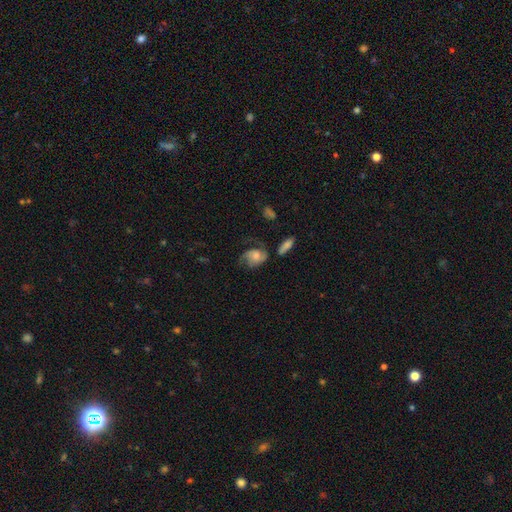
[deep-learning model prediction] smooth_or_featured: featured or disk (p=0.61) [alt: smooth p=0.31]
disk_edge_on: no (p=0.96) [alt: yes p=0.04]
bar: no (p=0.73) [alt: weak p=0.22]
has_spiral_arms: yes (p=0.88) [alt: no p=0.12]
spiral_winding: medium (p=0.41) [alt: loose p=0.37]
spiral_arm_count: 2 (p=0.56) [alt: 1 p=0.18]
bulge_size: moderate (p=0.50) [alt: small p=0.31]
merging: none (p=0.45) [alt: major disturbance p=0.27]